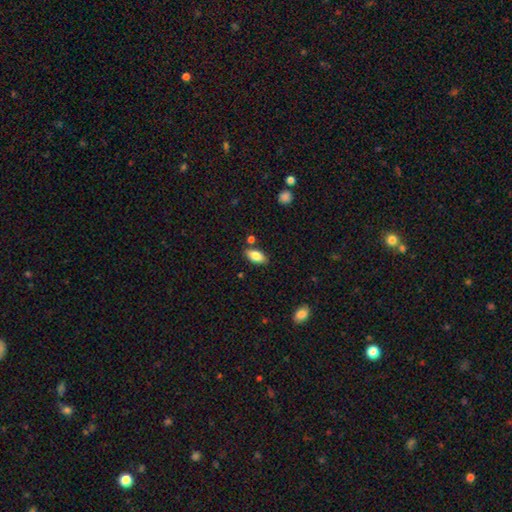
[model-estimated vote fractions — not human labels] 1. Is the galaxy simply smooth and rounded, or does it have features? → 83% smooth, 10% featured or disk, 7% star or artifact.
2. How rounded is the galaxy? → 90% in between, 7% cigar-shaped, 3% round.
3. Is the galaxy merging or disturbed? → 82% none, 11% minor disturbance, 4% merger, 2% major disturbance.